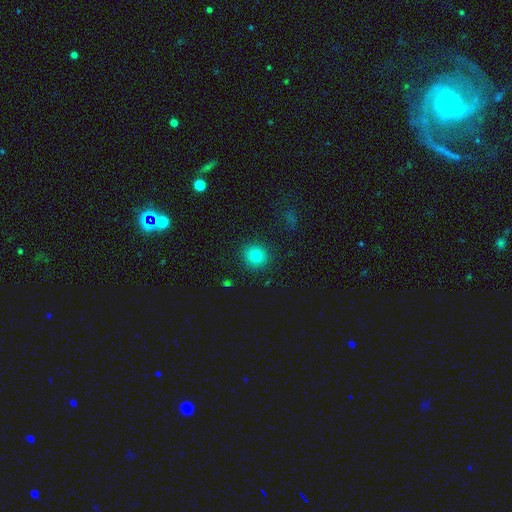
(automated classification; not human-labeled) A smooth galaxy with no disk features (82%) that is round (87%).

Vote fractions:
- Smooth or featured? smooth: 82% / star or artifact: 12% / featured or disk: 6%
- How rounded? round: 87% / in between: 12% / cigar-shaped: 1%
- Merging? none: 90% / minor disturbance: 6% / major disturbance: 2% / merger: 1%